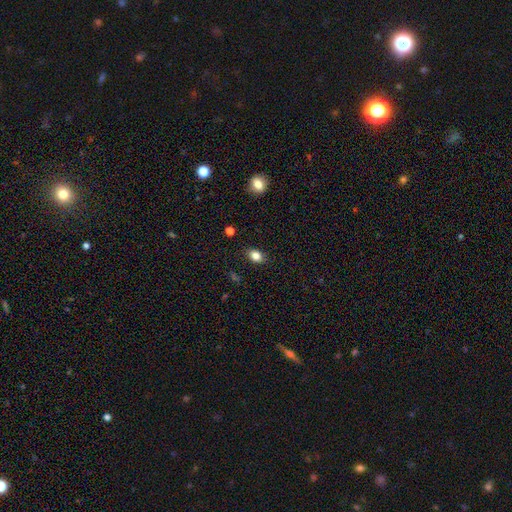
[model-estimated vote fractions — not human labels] smooth 83%, star or artifact 10%, featured or disk 6%. Down the decision tree: how rounded — in between (74%); merging — none (85%).